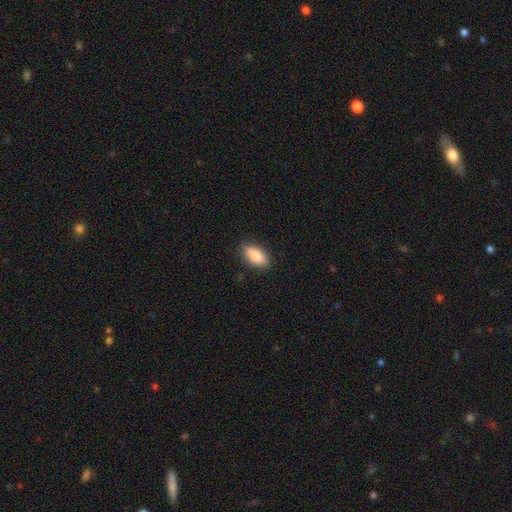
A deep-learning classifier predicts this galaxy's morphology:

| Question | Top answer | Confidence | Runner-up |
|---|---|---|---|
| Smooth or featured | smooth | 87% | star or artifact (6%) |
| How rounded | in between | 87% | cigar-shaped (10%) |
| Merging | none | 86% | minor disturbance (11%) |